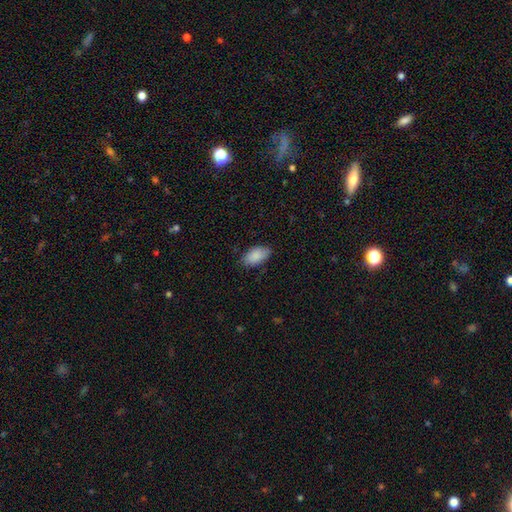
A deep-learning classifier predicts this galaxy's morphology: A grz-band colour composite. It shows a smooth galaxy with no disk features (87%) that is in between round and cigar-shaped (94%). Merging: none (79%).